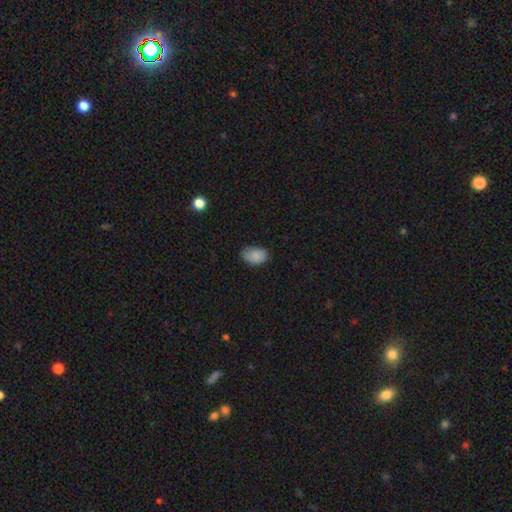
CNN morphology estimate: This appears to be a smooth galaxy with no disk features (85%) that is in between round and cigar-shaped (85%). Merging: none (74%).